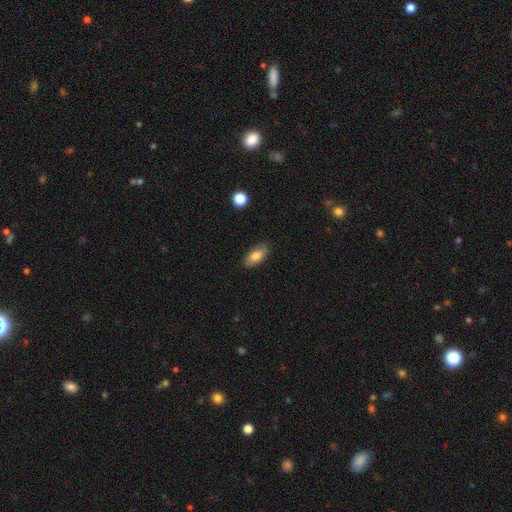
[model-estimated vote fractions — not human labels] The model was most divided on "smooth or featured": smooth: 78%, featured or disk: 14%, star or artifact: 7%. More confident: how rounded — in between (87%); merging — none (85%).